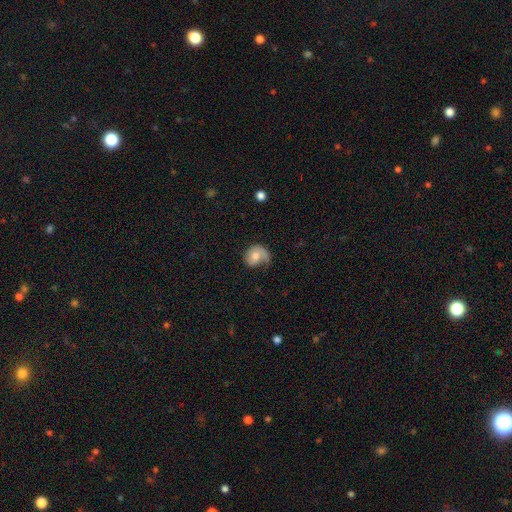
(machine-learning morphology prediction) A featured or disk galaxy (48%). Merging: none (45%).